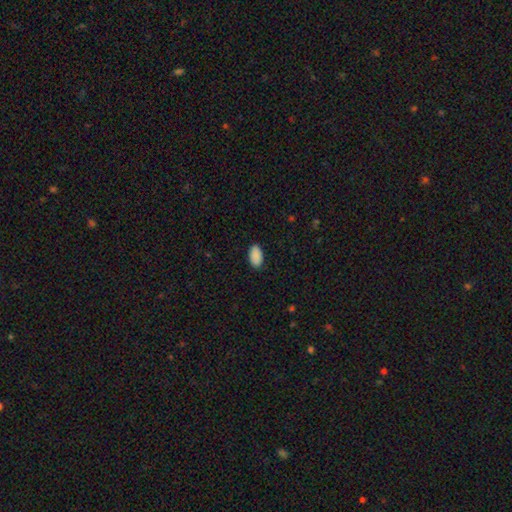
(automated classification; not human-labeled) A smooth galaxy with no disk features (90%) that is in between round and cigar-shaped (95%). Merging: none (88%).